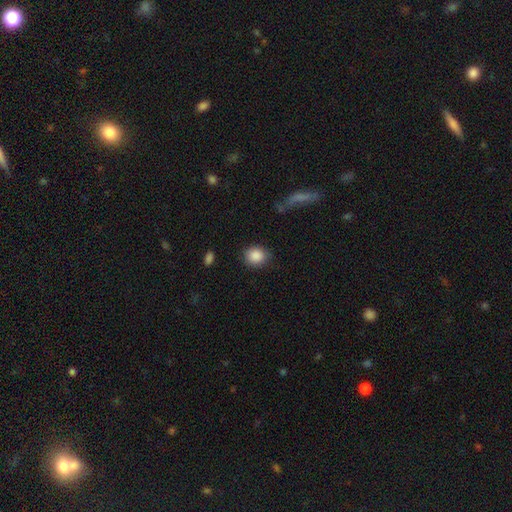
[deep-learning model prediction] Smooth or featured: smooth — 88% (star or artifact — 8%)
How rounded: round — 71% (in between — 28%)
Merging: none — 82% (minor disturbance — 13%)